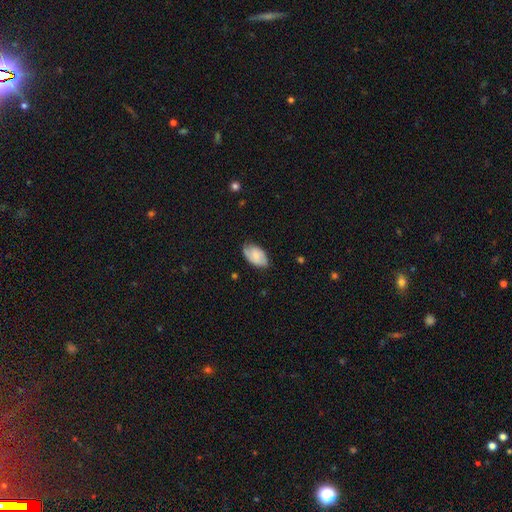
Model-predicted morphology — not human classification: Q: Smooth or featured?
A: smooth (55%); runner-up: featured or disk (38%)
Q: How rounded?
A: in between (93%); runner-up: round (6%)
Q: Merging?
A: none (71%); runner-up: minor disturbance (23%)